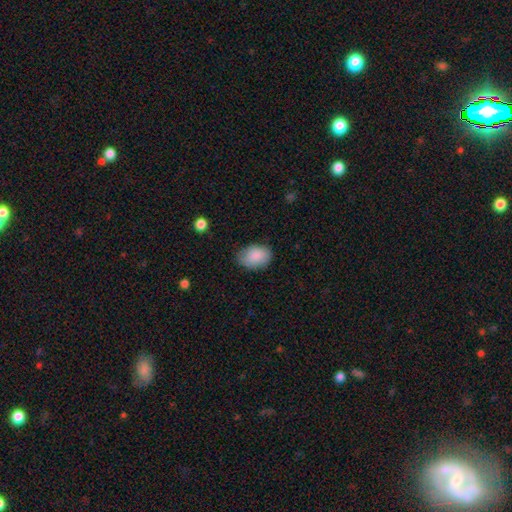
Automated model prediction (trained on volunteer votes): Smooth or featured? smooth (87%)
How rounded? in between (82%)
Merging? none (76%)